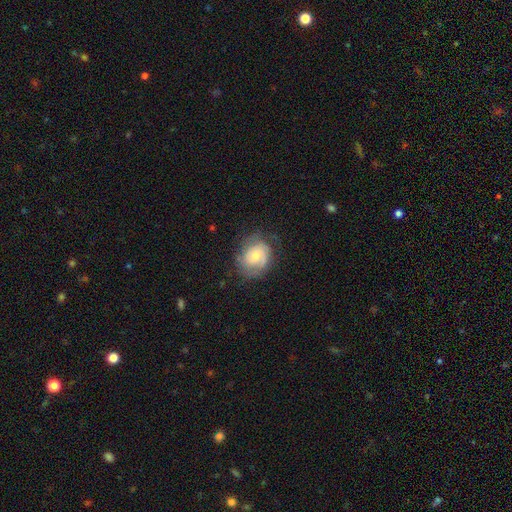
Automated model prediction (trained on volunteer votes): This is likely a featured or disk galaxy (62%). It is clearly not viewed edge-on (97%). Bar: likely no (72%). Spiral arm pattern: clearly yes (83%). Central bulge: possibly moderate (50%). Merging: likely none (65%).